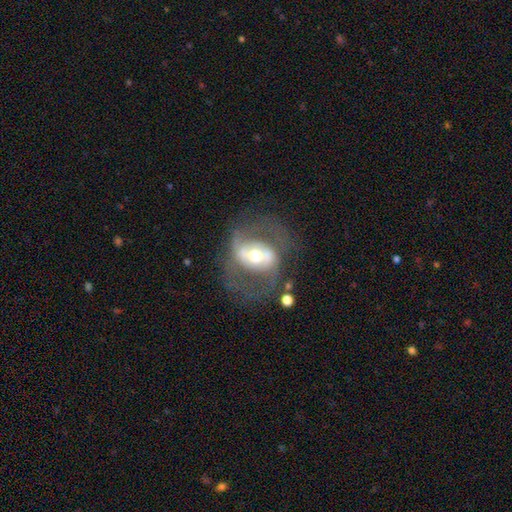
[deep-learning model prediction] Smooth or featured?
  - featured or disk: 77% *
  - smooth: 16%
  - star or artifact: 7%
Edge-on disk?
  - no: 95% *
  - yes: 5%
Bar?
  - strong: 34% * (tied)
  - weak: 34% * (tied)
  - no: 32%
Spiral arms?
  - yes: 74% *
  - no: 26%
Spiral winding?
  - medium: 49% *
  - loose: 32%
  - tight: 19%
Spiral arm count?
  - 2: 83% *
  - can't tell: 10%
  - 1: 4%
  - 3: 2%
  - 4: 1%
  - more than 4: 1%
Bulge size?
  - moderate: 66% *
  - small: 18%
  - large: 12%
  - dominant: 2%
  - none: 1%
Merging?
  - none: 60% *
  - major disturbance: 20%
  - minor disturbance: 17%
  - merger: 4%